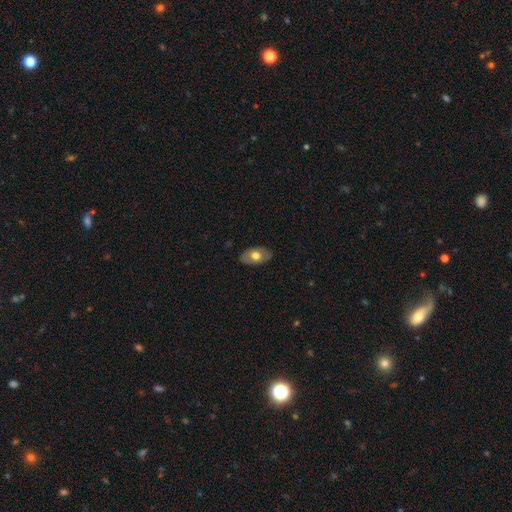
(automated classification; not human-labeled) Smooth or featured?
  - smooth: 60% *
  - featured or disk: 34%
  - star or artifact: 6%
How rounded?
  - in between: 91% *
  - round: 8%
  - cigar-shaped: 2%
Merging?
  - none: 84% *
  - minor disturbance: 13%
  - major disturbance: 3%
  - merger: 1%